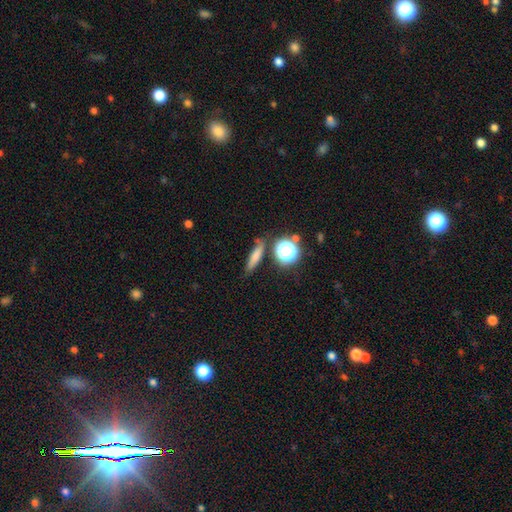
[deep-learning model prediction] Overall: smooth (69%). How rounded: cigar-shaped (67%). Merging: none (75%).